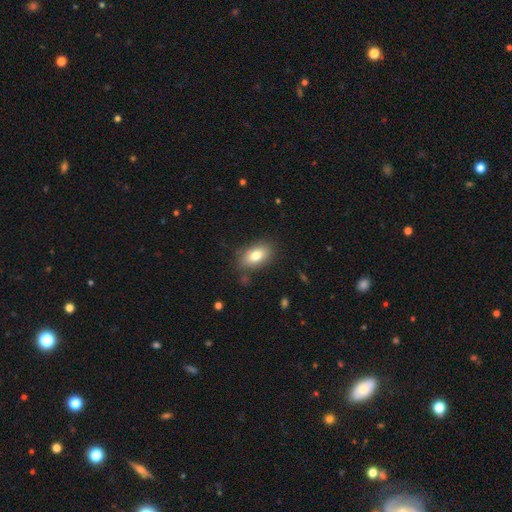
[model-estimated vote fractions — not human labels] A smooth galaxy with no disk features (79%) that is in between round and cigar-shaped (89%). Merging: none (82%).